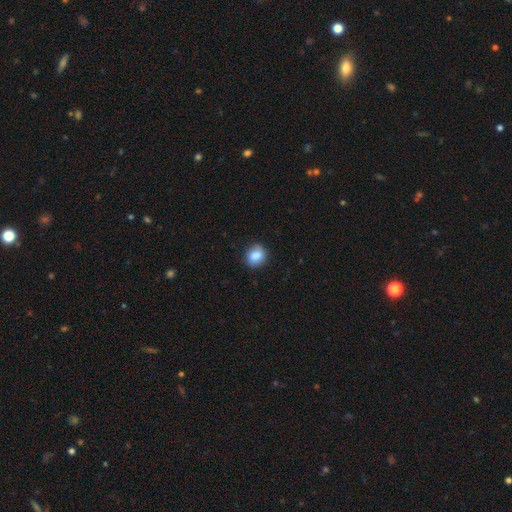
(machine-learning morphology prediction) Smooth or featured? smooth (85%)
How rounded? round (68%)
Merging? none (83%)